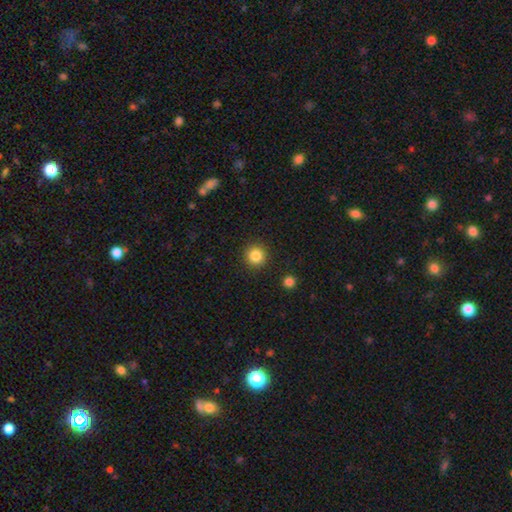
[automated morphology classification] A smooth galaxy with no disk features (84%) that is round (94%). Merging: none (91%).